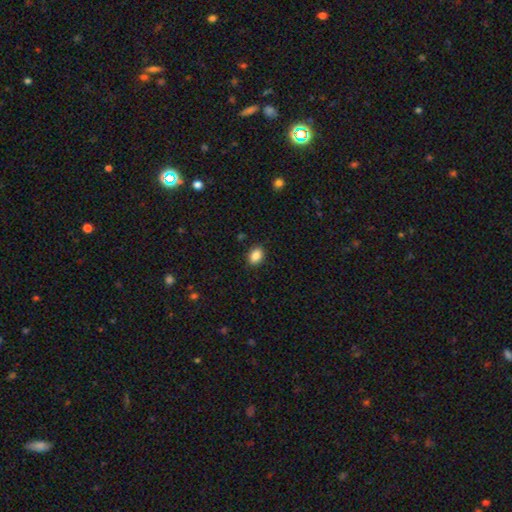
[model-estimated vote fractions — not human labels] Morphology: type=smooth (87%); roundness=in between (74%); merging=none (88%).